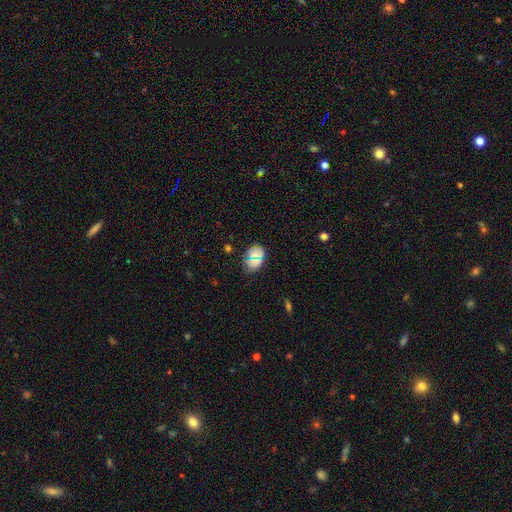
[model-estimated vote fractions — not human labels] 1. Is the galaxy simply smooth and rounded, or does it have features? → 72% smooth, 19% star or artifact, 9% featured or disk.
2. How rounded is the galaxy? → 59% in between, 39% round, 2% cigar-shaped.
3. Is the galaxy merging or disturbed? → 83% none, 12% minor disturbance, 3% major disturbance, 2% merger.